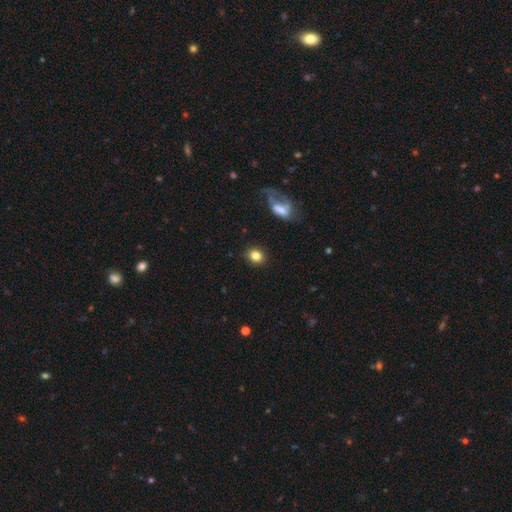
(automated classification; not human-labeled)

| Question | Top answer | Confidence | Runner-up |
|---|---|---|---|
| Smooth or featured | smooth | 83% | star or artifact (10%) |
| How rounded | round | 66% | in between (32%) |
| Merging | none | 85% | minor disturbance (10%) |